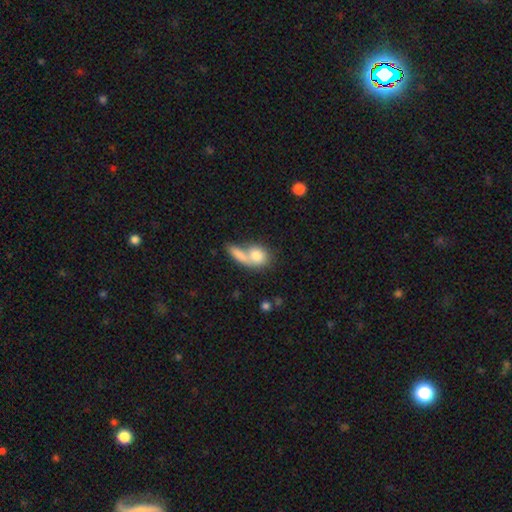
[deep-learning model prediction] A smooth galaxy with no disk features (79%) that is round (48%). Merging: merger (56%).